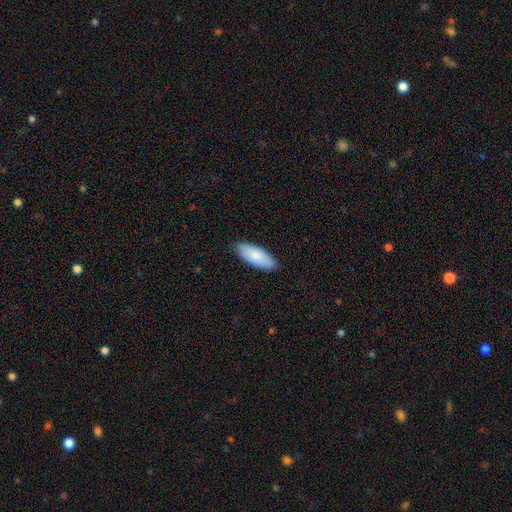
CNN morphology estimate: smooth-or-featured: smooth: 84% | featured or disk: 11% | star or artifact: 5%
  how-rounded: in between: 75% | cigar-shaped: 23% | round: 2%
  merging: none: 87% | minor disturbance: 10% | major disturbance: 2% | merger: 1%